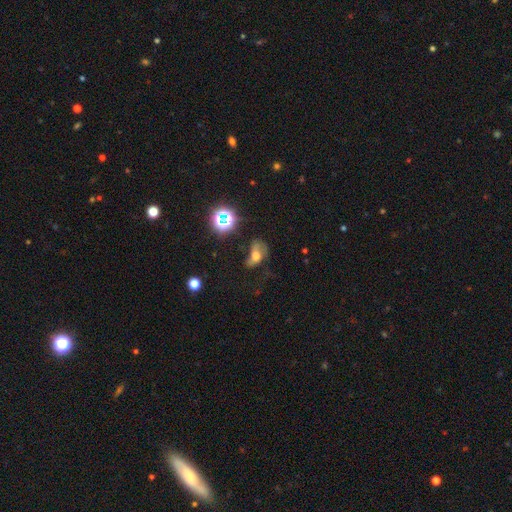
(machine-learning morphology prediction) Smooth or featured?
  - smooth: 44% *
  - featured or disk: 37%
  - star or artifact: 20%
Merging?
  - major disturbance: 42% *
  - none: 28%
  - minor disturbance: 23%
  - merger: 7%